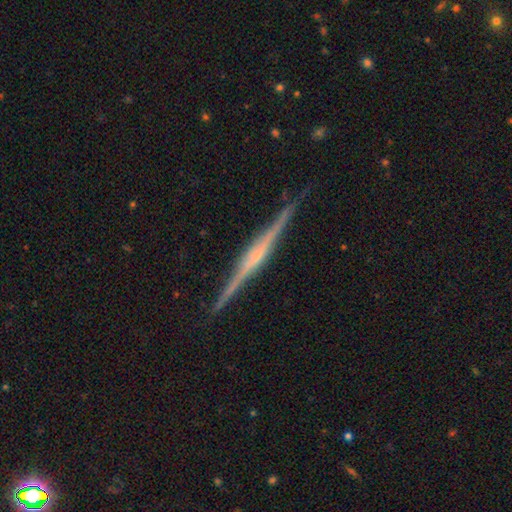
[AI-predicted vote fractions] This is clearly a featured or disk galaxy (85%). It is clearly viewed edge-on (98%). Edge-on bulge: possibly rounded (59%). Merging: clearly none (91%).